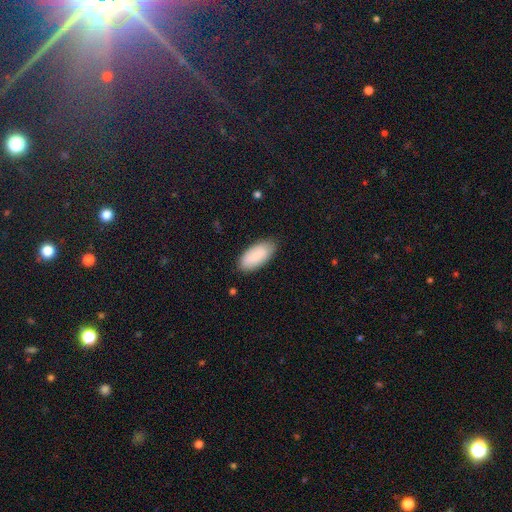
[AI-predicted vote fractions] The model was most divided on "merging": none: 83%, minor disturbance: 13%, major disturbance: 2%, merger: 1%. More confident: how rounded — in between (92%); smooth or featured — smooth (86%).